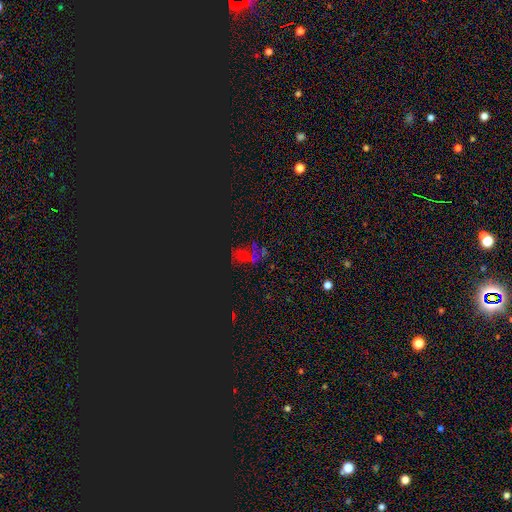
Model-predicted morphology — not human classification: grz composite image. It shows a star or artifact, not a galaxy (57%).